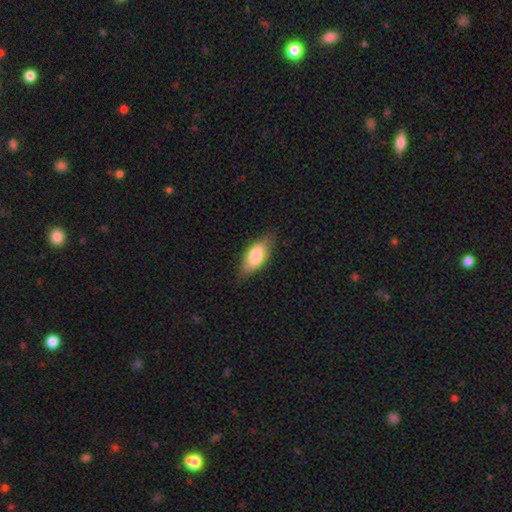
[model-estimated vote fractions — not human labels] Smooth or featured?
  - smooth: 78% *
  - featured or disk: 16%
  - star or artifact: 6%
How rounded?
  - in between: 85% *
  - cigar-shaped: 12%
  - round: 2%
Merging?
  - none: 77% *
  - minor disturbance: 19%
  - major disturbance: 3%
  - merger: 1%